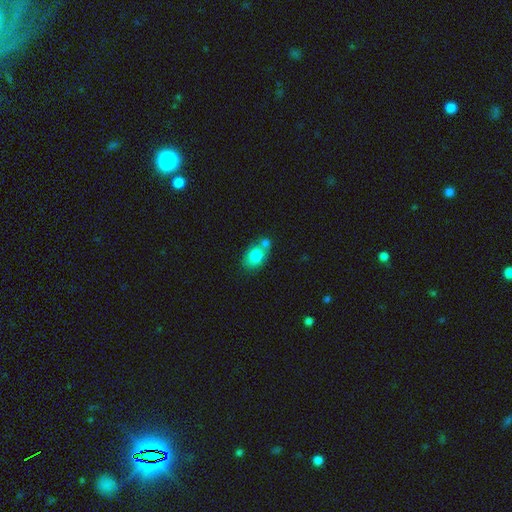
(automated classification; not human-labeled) Smooth or featured?
  - smooth: 81% *
  - featured or disk: 12%
  - star or artifact: 8%
How rounded?
  - in between: 75% *
  - round: 23%
  - cigar-shaped: 1%
Merging?
  - none: 48% *
  - merger: 33%
  - minor disturbance: 14%
  - major disturbance: 4%